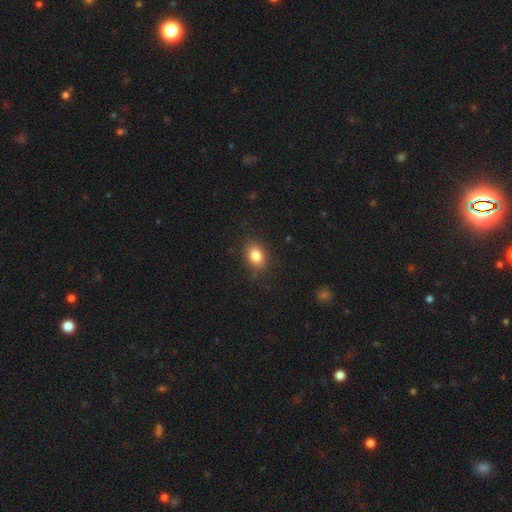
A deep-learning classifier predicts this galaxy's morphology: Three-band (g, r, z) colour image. It shows a smooth galaxy with no disk features (83%) that is in between round and cigar-shaped (68%). Merging: none (83%).